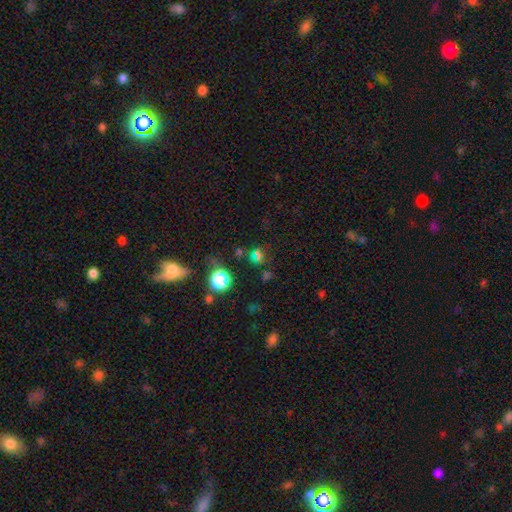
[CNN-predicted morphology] The model was most divided on "smooth or featured": star or artifact: 52%, smooth: 39%, featured or disk: 9%.